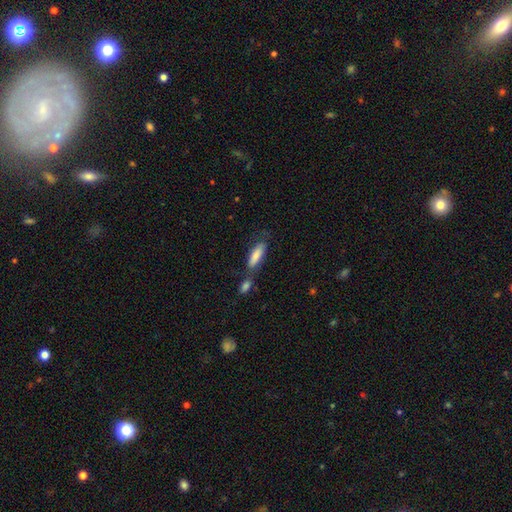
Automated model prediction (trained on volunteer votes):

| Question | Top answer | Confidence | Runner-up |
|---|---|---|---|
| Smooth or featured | smooth | 72% | featured or disk (20%) |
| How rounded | in between | 49% | tied: cigar-shaped (49%) |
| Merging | none | 51% | merger (23%) |